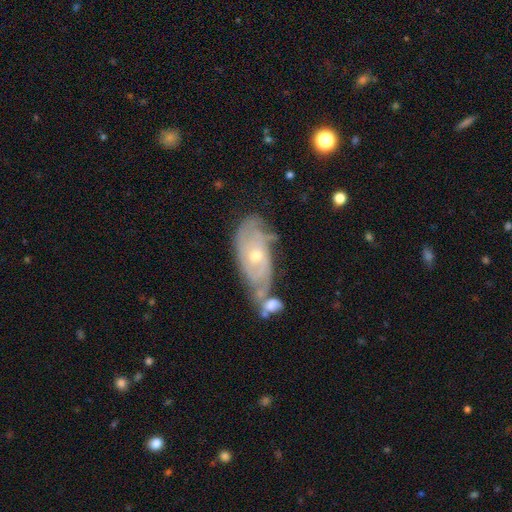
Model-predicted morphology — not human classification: The model was most divided on "bulge size": small: 52%, moderate: 45%, large: 1%, none: 1%, dominant: 1%. Remaining: edge-on disk — no (92%); spiral arms — yes (90%); smooth or featured — featured or disk (78%); bar — no (72%); spiral winding — tight (67%); merging — none (49%); spiral arm count — can't tell (46%).